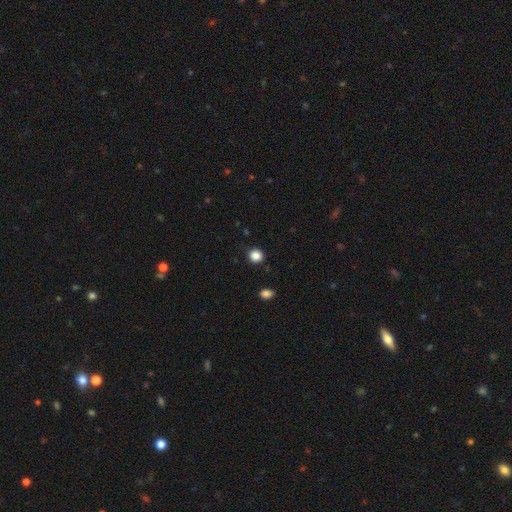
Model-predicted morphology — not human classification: This appears to be a smooth galaxy with no disk features (86%) that is round (90%). Merging: none (90%).